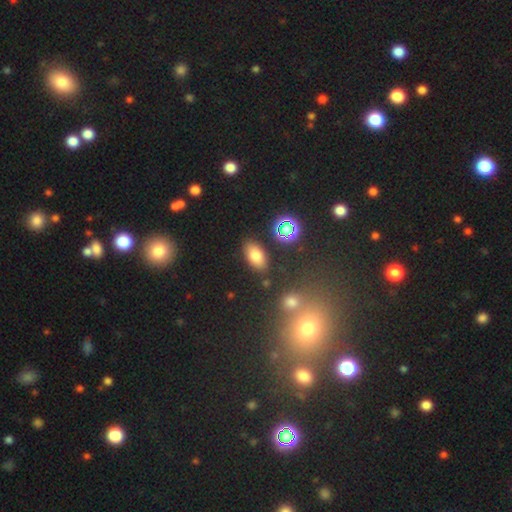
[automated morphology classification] This is likely a smooth galaxy (74%). How rounded: clearly in between (90%). Merging: clearly none (85%).